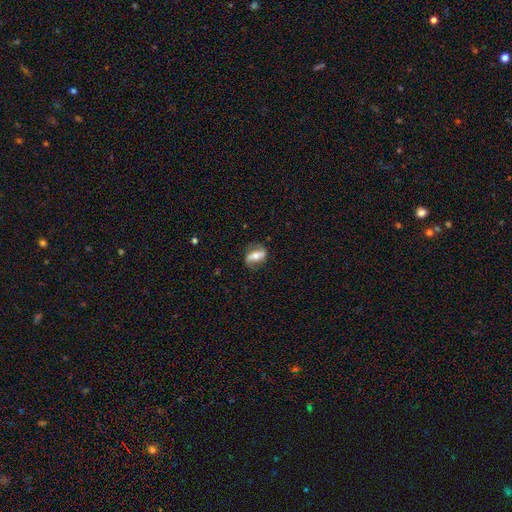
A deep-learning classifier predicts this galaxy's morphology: Smooth or featured? Predicted: featured or disk (p=0.63). Edge-on disk? Predicted: no (p=0.82). Bar? Predicted: strong (p=0.55). Spiral arms? Predicted: yes (p=0.76). Bulge size? Predicted: moderate (p=0.59). Merging? Predicted: none (p=0.76).